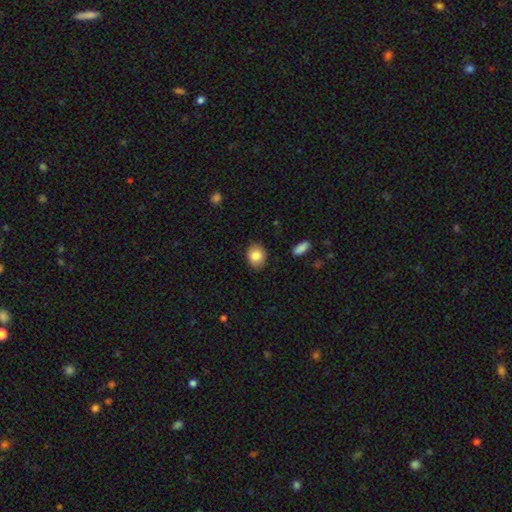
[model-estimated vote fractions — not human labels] A smooth galaxy with no disk features (85%) that is round (51%).

Vote fractions:
- Smooth or featured? smooth: 85% / star or artifact: 8% / featured or disk: 7%
- How rounded? round: 51% / in between: 48% / cigar-shaped: 1%
- Merging? none: 86% / minor disturbance: 10% / major disturbance: 2% / merger: 1%